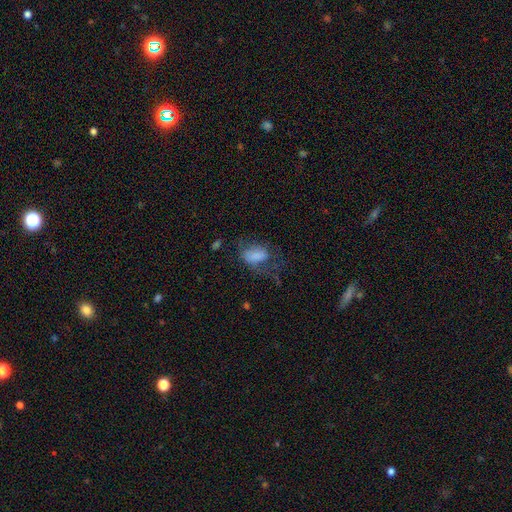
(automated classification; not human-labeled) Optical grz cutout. It shows a smooth galaxy with no disk features (68%) that is in between round and cigar-shaped (86%). Merging: major disturbance (42%).